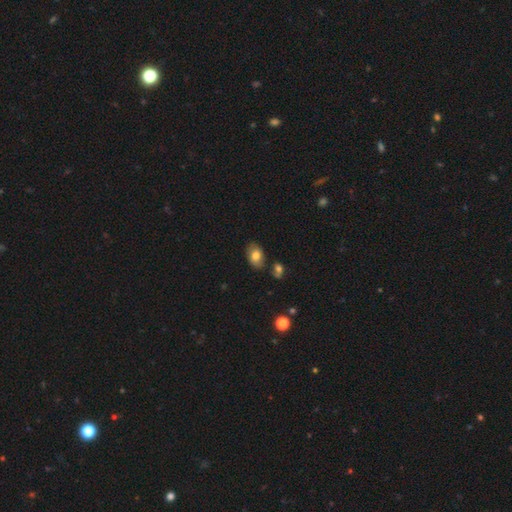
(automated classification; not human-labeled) Smooth or featured?
  - smooth: 77% *
  - featured or disk: 15%
  - star or artifact: 8%
How rounded?
  - in between: 86% *
  - round: 12%
  - cigar-shaped: 1%
Merging?
  - none: 75% *
  - minor disturbance: 14%
  - merger: 7%
  - major disturbance: 3%